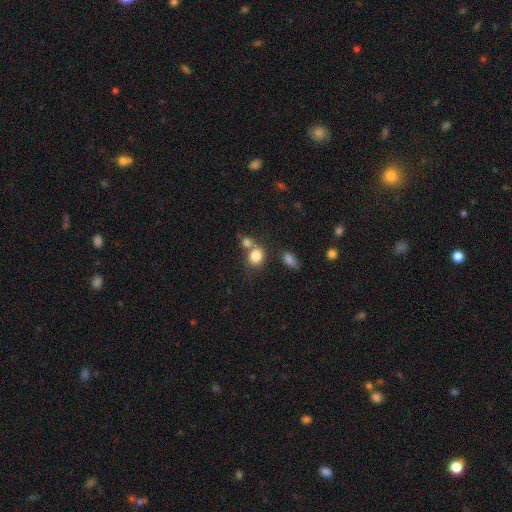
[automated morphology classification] Smooth or featured?
  - smooth: 82% *
  - star or artifact: 10%
  - featured or disk: 8%
How rounded?
  - round: 64% *
  - in between: 35%
  - cigar-shaped: 1%
Merging?
  - none: 47% *
  - merger: 37%
  - minor disturbance: 11%
  - major disturbance: 5%